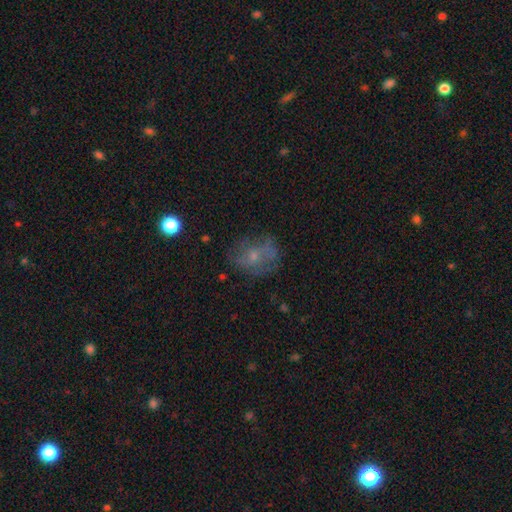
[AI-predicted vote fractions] Morphology: type=smooth (43%); merging=none (58%).